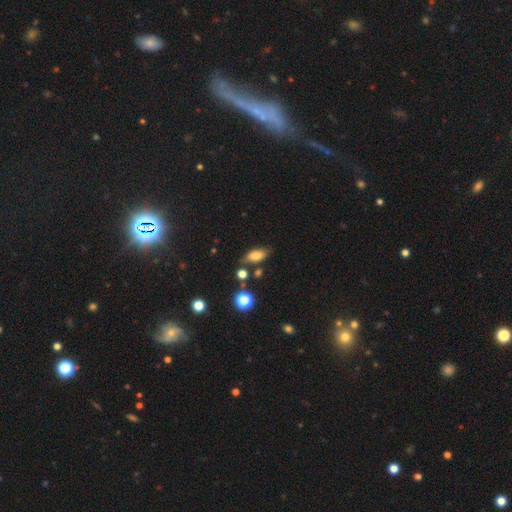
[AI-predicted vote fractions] Morphology: type=smooth (76%); roundness=in between (82%); merging=none (71%).